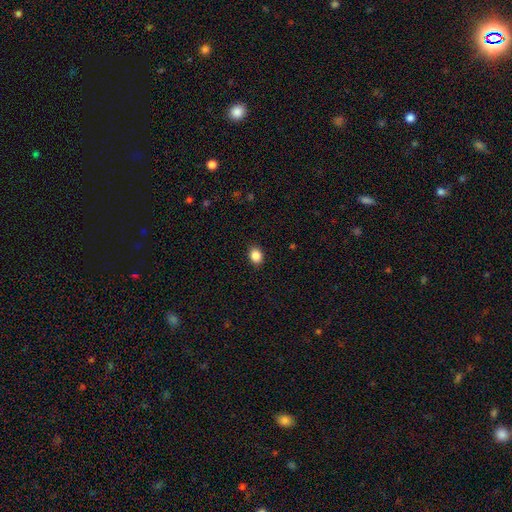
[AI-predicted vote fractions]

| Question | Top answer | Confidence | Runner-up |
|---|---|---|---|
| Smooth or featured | smooth | 87% | star or artifact (9%) |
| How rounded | in between | 52% | round (48%) |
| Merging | none | 89% | minor disturbance (8%) |